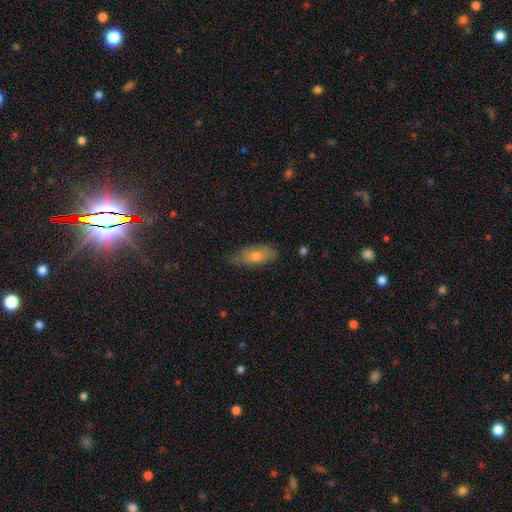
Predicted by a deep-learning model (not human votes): Smooth or featured? smooth (66%)
How rounded? in between (75%)
Merging? none (66%)